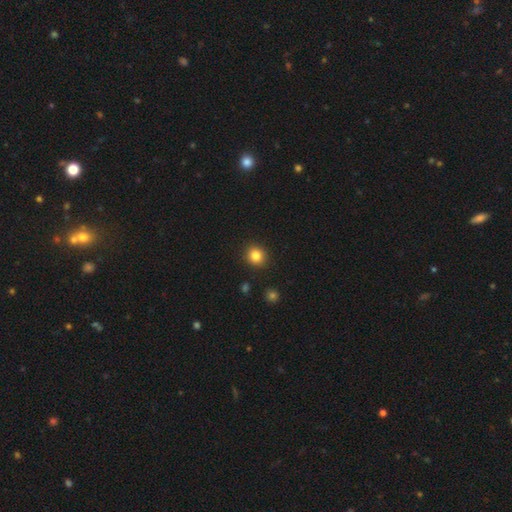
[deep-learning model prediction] Smooth or featured?
  - smooth: 83% *
  - star or artifact: 11%
  - featured or disk: 6%
How rounded?
  - round: 86% *
  - in between: 13%
  - cigar-shaped: 1%
Merging?
  - none: 91% *
  - minor disturbance: 6%
  - major disturbance: 2%
  - merger: 1%